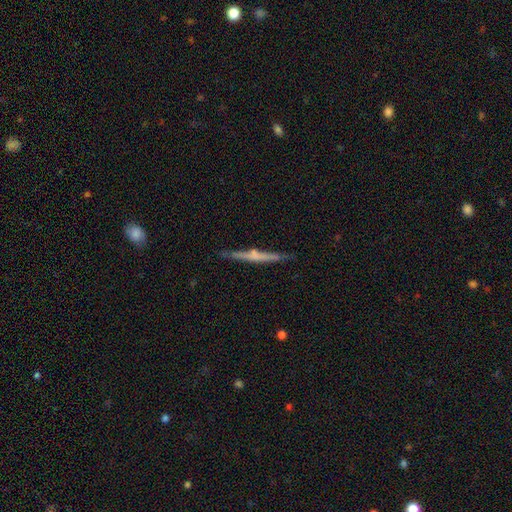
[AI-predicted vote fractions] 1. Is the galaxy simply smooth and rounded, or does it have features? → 59% featured or disk, 34% smooth, 6% star or artifact.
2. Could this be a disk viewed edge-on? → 97% yes, 3% no.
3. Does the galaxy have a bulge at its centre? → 50% none, 37% rounded, 13% boxy.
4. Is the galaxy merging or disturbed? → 84% none, 11% minor disturbance, 2% major disturbance, 2% merger.